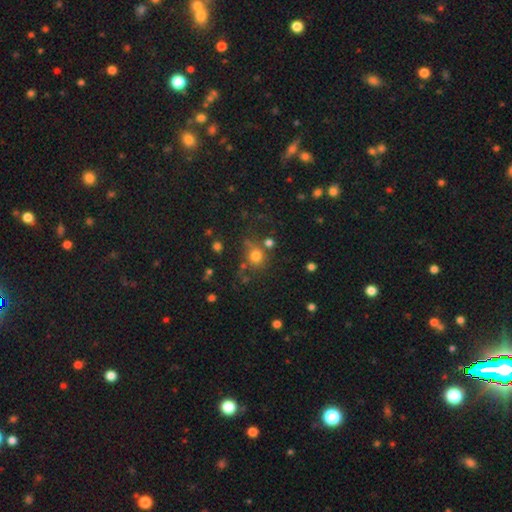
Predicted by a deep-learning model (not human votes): Smooth or featured?
  - smooth: 73% *
  - star or artifact: 17%
  - featured or disk: 9%
How rounded?
  - round: 84% *
  - in between: 15%
  - cigar-shaped: 1%
Merging?
  - none: 62% *
  - merger: 15%
  - minor disturbance: 15%
  - major disturbance: 8%